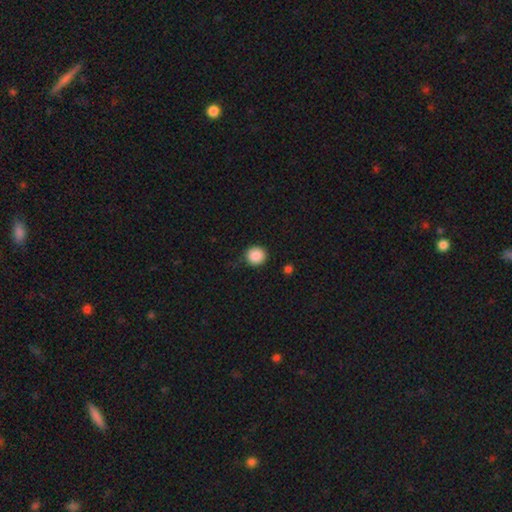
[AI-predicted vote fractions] Smooth or featured? Predicted: smooth (p=0.89). How rounded? Predicted: round (p=0.92). Merging? Predicted: none (p=0.87).